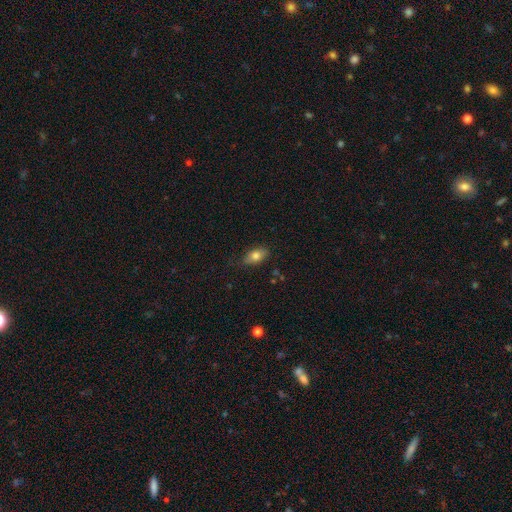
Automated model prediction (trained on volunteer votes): A smooth galaxy with no disk features (80%) that is in between round and cigar-shaped (88%).

Vote fractions:
- Smooth or featured? smooth: 80% / featured or disk: 12% / star or artifact: 8%
- How rounded? in between: 88% / round: 8% / cigar-shaped: 4%
- Merging? none: 79% / minor disturbance: 17% / major disturbance: 3% / merger: 1%